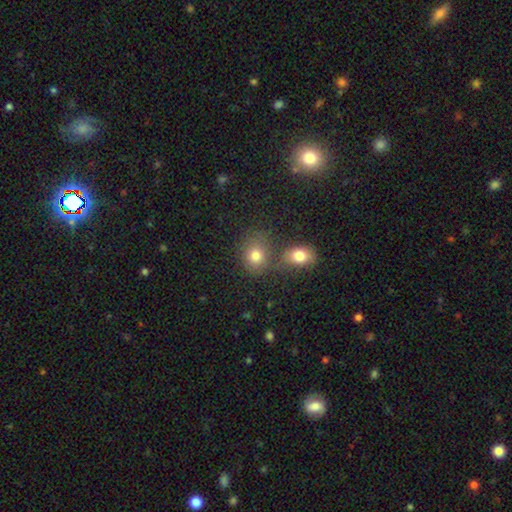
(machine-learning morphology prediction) type=smooth (78%); roundness=round (64%); merging=none (54%).